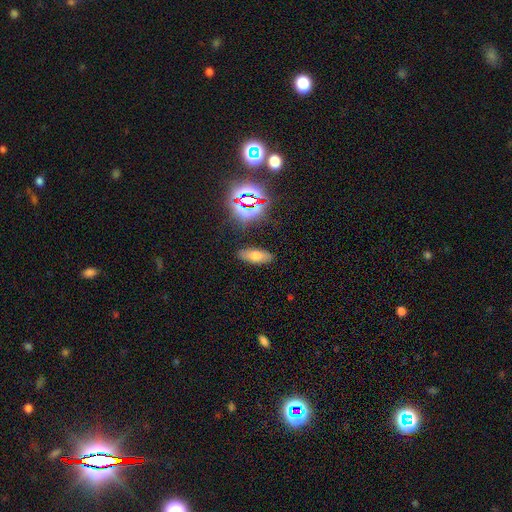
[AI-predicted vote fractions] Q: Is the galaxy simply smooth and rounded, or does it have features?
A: smooth — 65%.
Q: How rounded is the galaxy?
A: in between — 78%.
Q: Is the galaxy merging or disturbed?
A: none — 86%.